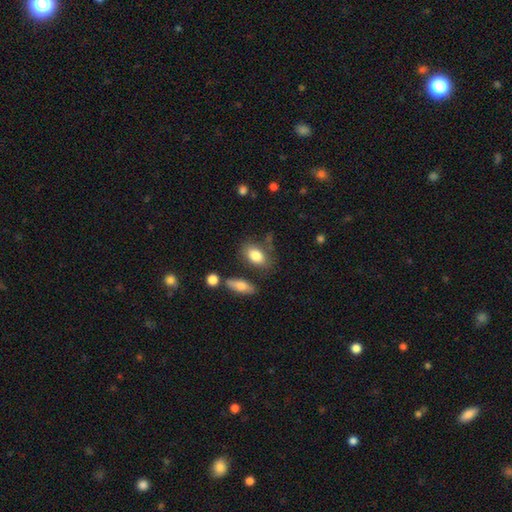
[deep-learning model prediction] A smooth galaxy with no disk features (83%) that is in between round and cigar-shaped (87%). Merging: none (70%).